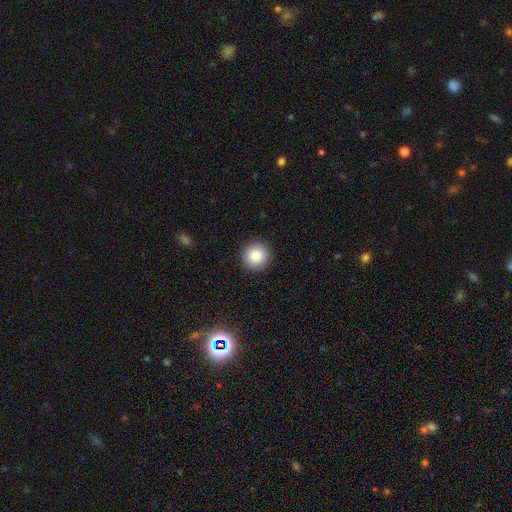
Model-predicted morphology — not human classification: type=smooth (82%); roundness=round (96%); merging=none (92%).